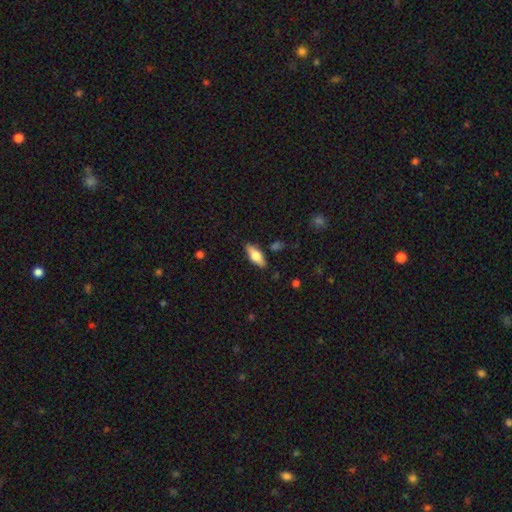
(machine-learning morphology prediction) A smooth galaxy with no disk features (62%) that is in between round and cigar-shaped (71%).

Vote fractions:
- Smooth or featured? smooth: 62% / featured or disk: 32% / star or artifact: 6%
- How rounded? in between: 71% / cigar-shaped: 26% / round: 3%
- Merging? none: 85% / minor disturbance: 10% / major disturbance: 2% / merger: 2%